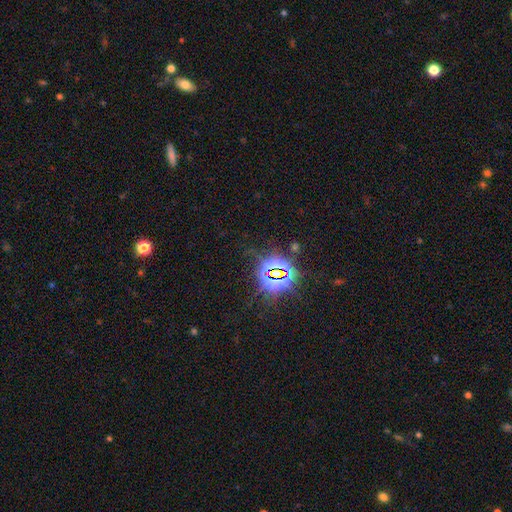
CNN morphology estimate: A star or artifact, not a galaxy (81%).